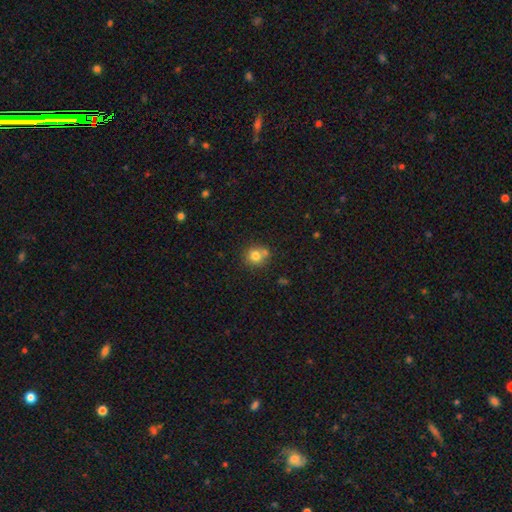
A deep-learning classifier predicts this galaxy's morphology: Overall: smooth (78%). How rounded: round (89%). Merging: none (65%).